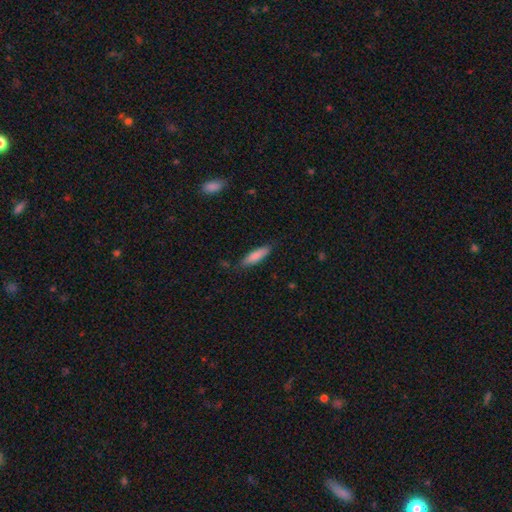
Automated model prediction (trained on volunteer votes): smooth 81%, featured or disk 13%, star or artifact 6%. Down the decision tree: how rounded — cigar-shaped (64%); merging — none (81%).